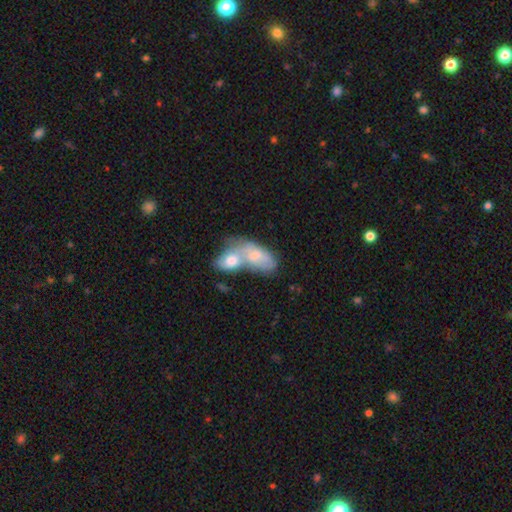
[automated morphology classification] Smooth or featured?
  - smooth: 59% *
  - featured or disk: 34%
  - star or artifact: 7%
How rounded?
  - in between: 89% *
  - round: 7%
  - cigar-shaped: 5%
Merging?
  - merger: 74% *
  - none: 13%
  - minor disturbance: 7%
  - major disturbance: 6%